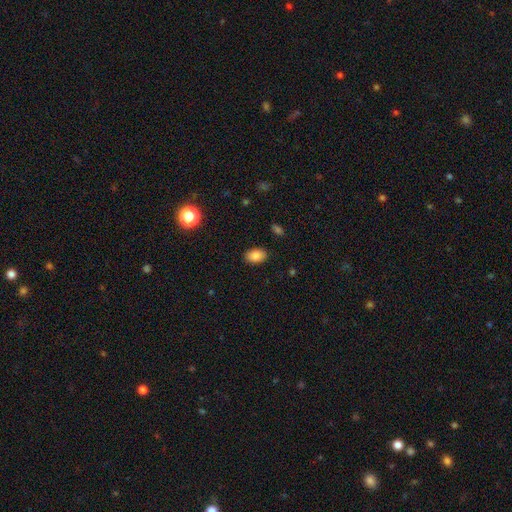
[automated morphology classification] This is clearly a smooth galaxy (86%). How rounded: clearly in between (87%). Merging: clearly none (88%).